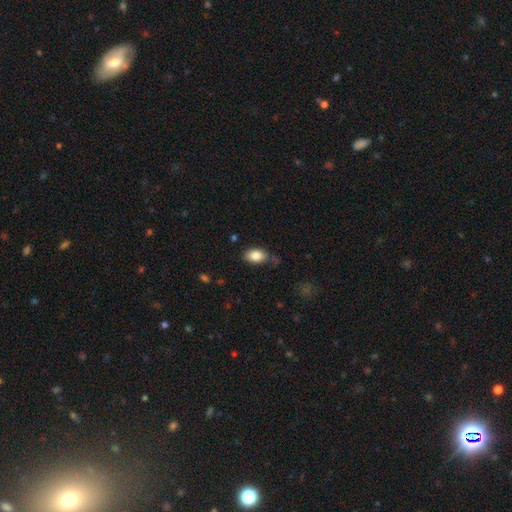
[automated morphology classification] This appears to be a smooth galaxy with no disk features (85%) that is in between round and cigar-shaped (90%). Merging: none (67%).